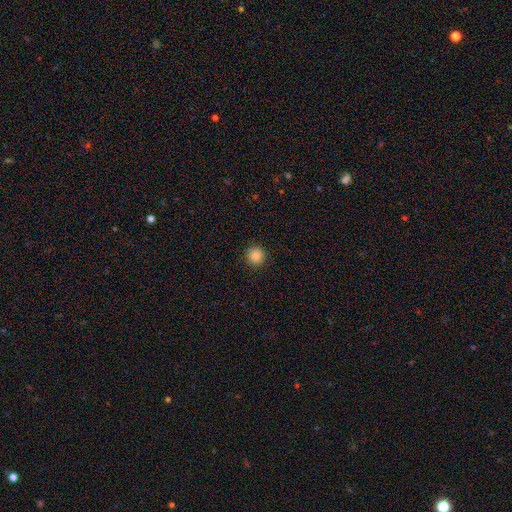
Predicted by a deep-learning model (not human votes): Overall: smooth (87%). How rounded: round (94%). Merging: none (92%).